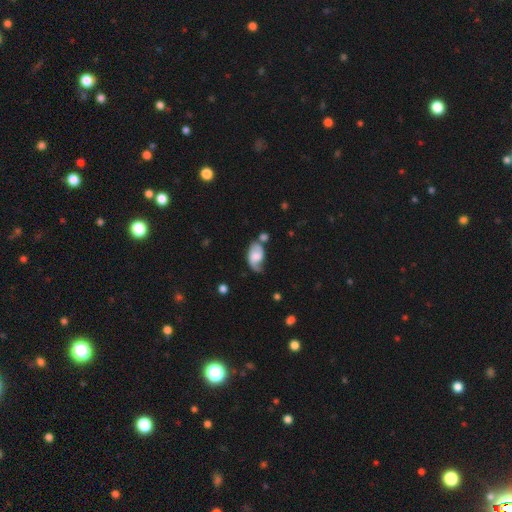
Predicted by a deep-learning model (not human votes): A featured or disk galaxy (58%) with no bar (54%), spiral arms (88%) and a moderate central bulge (29%). Merging: none (42%).